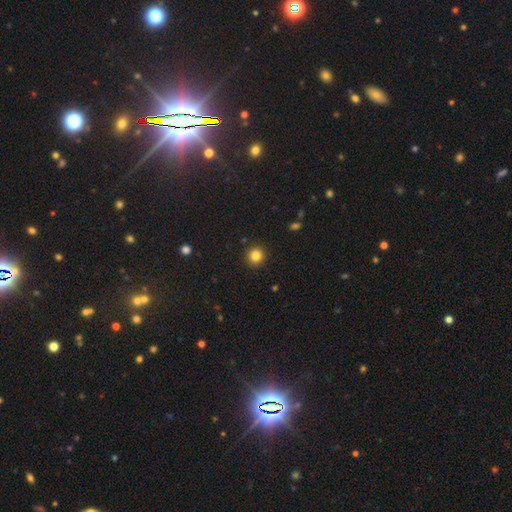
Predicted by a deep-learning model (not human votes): Morphology: type=smooth (83%); roundness=round (94%); merging=none (92%).